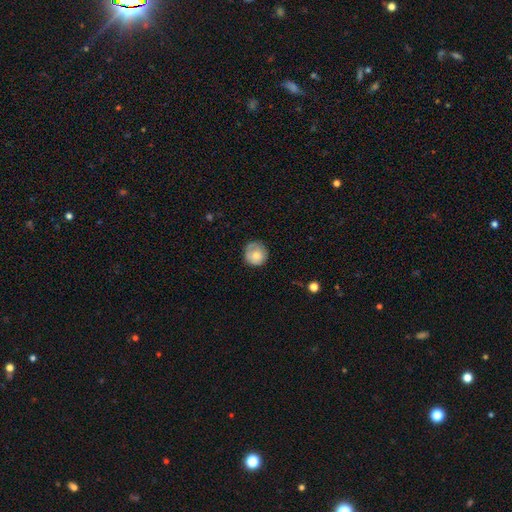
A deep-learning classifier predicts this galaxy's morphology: smooth-or-featured: smooth: 75% | featured or disk: 17% | star or artifact: 7%
  how-rounded: round: 92% | in between: 8% | cigar-shaped: 1%
  merging: none: 74% | minor disturbance: 20% | major disturbance: 5% | merger: 1%